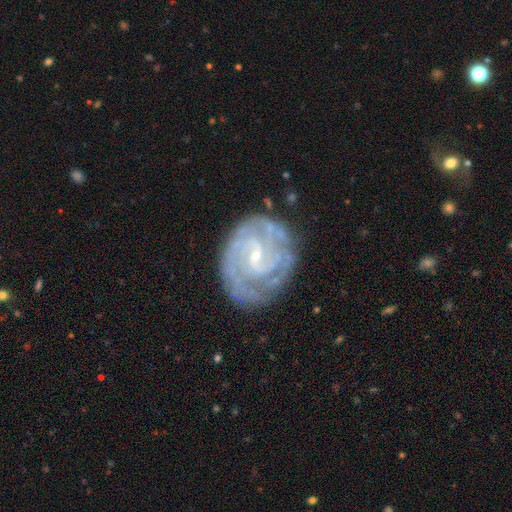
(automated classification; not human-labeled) smooth_or_featured: featured or disk (p=0.87) [alt: smooth p=0.07]
disk_edge_on: no (p=0.98) [alt: yes p=0.02]
bar: weak (p=0.55) [alt: no p=0.29]
has_spiral_arms: yes (p=0.96) [alt: no p=0.04]
spiral_winding: tight (p=0.63) [alt: medium p=0.30]
spiral_arm_count: 2 (p=0.35) [alt: can't tell p=0.26]
bulge_size: small (p=0.79) [alt: moderate p=0.15]
merging: none (p=0.73) [alt: minor disturbance p=0.18]